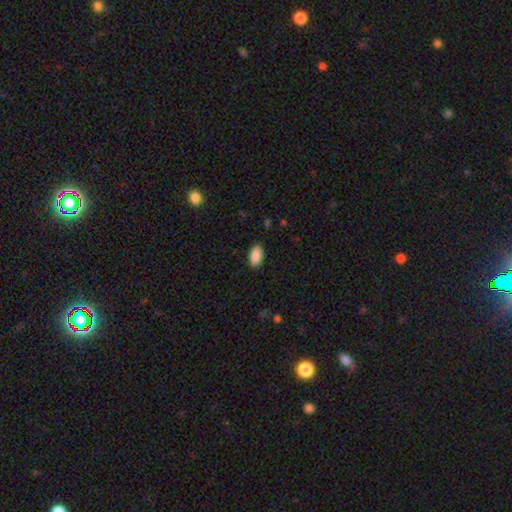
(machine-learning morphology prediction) Smooth or featured? smooth (90%)
How rounded? in between (94%)
Merging? none (89%)